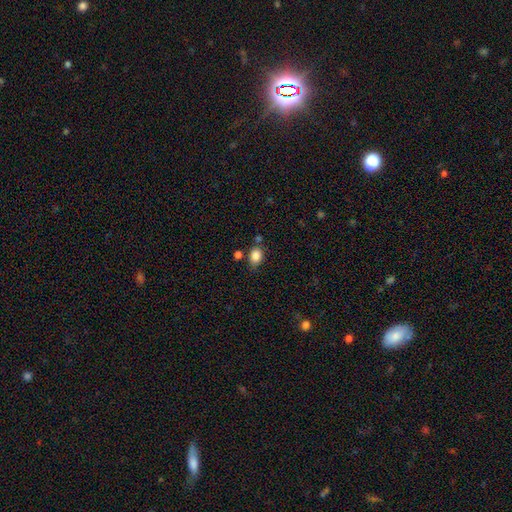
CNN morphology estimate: type=smooth (86%); roundness=in between (66%); merging=none (71%).